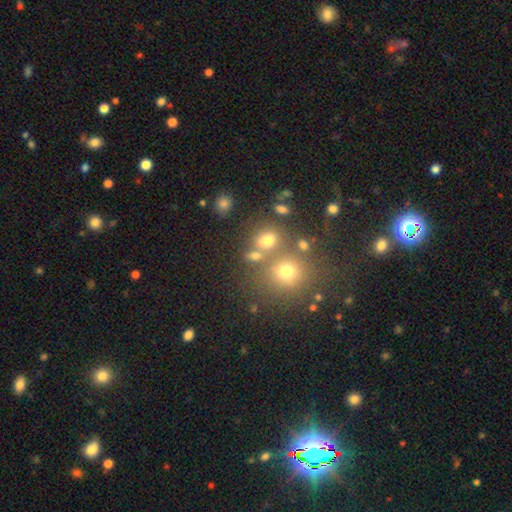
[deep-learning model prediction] Smooth or featured? Predicted: smooth (p=0.68). How rounded? Predicted: round (p=0.59). Merging? Predicted: none (p=0.56).